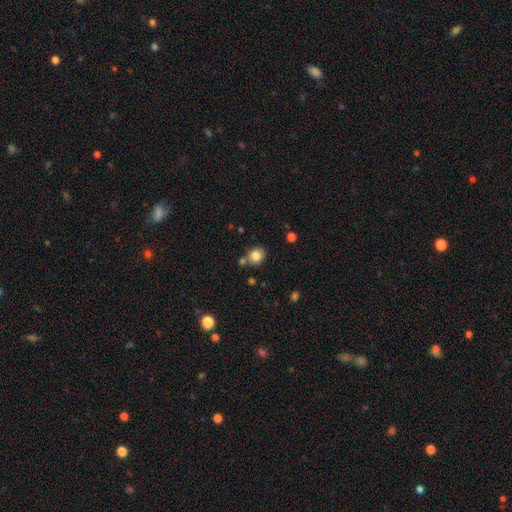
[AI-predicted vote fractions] Morphology: type=smooth (83%); roundness=round (73%); merging=none (71%).